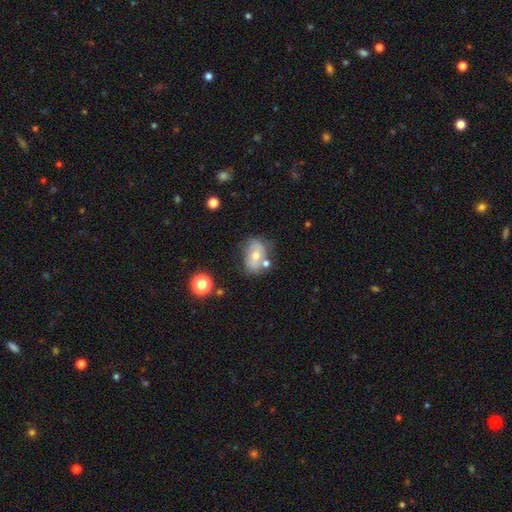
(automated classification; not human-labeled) smooth 52%, featured or disk 38%, star or artifact 10%. Down the decision tree: how rounded — in between (74%); merging — none (53%).